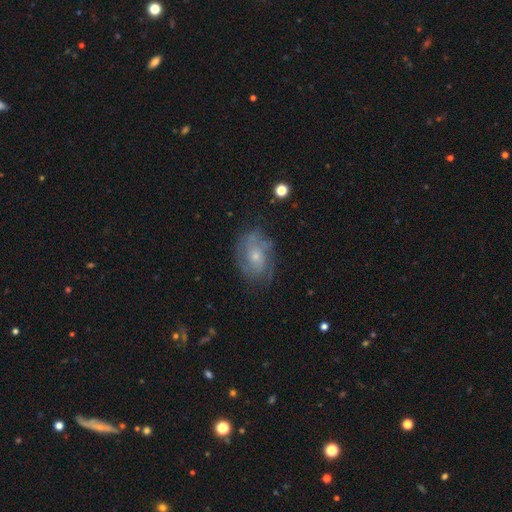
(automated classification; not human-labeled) Overall: featured or disk (71%). Edge-on disk: no (97%). Bar: no (77%). Spiral arms: yes (87%). Spiral arm count: can't tell (38%; 2 30%). Spiral winding: tight (49%; medium 38%). Bulge size: small (68%). Merging: none (71%).